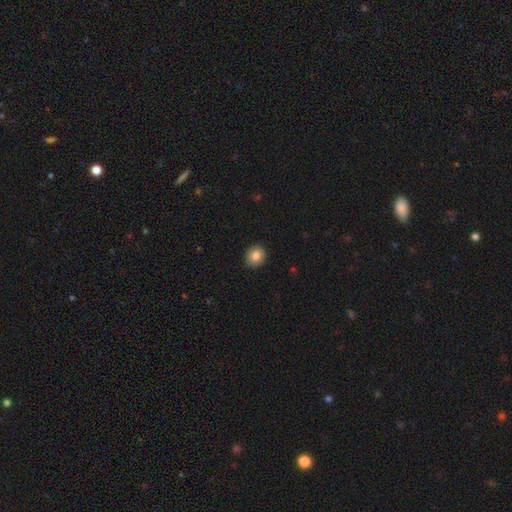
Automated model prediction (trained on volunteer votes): smooth_or_featured: smooth (p=0.84) [alt: star or artifact p=0.08]
how_rounded: round (p=0.77) [alt: in between p=0.22]
merging: none (p=0.91) [alt: minor disturbance p=0.06]